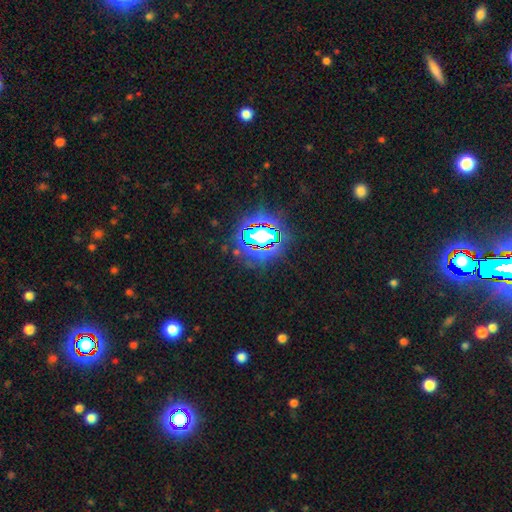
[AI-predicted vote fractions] This is clearly a star or artifact rather than a galaxy (83%).